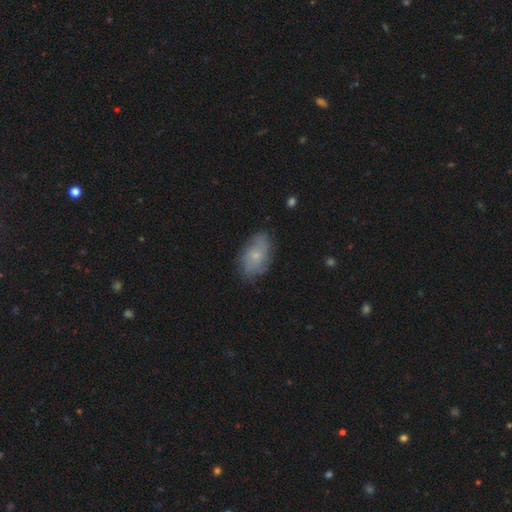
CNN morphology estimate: The model was most divided on "smooth or featured": smooth: 52%, featured or disk: 40%, star or artifact: 8%. More confident: how rounded — in between (90%); merging — none (73%).